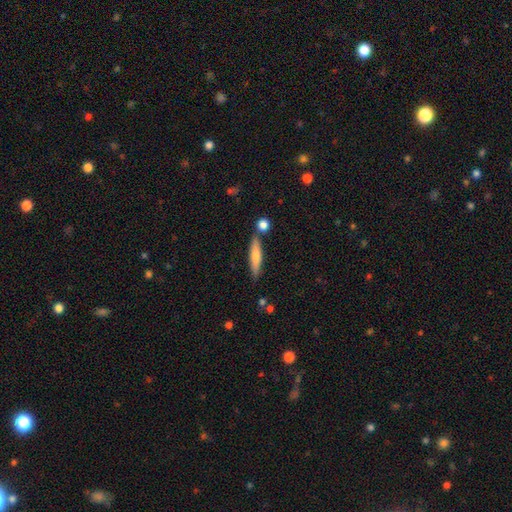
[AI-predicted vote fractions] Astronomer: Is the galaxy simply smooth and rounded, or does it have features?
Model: smooth — 65%.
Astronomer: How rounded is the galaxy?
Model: cigar-shaped — 82%.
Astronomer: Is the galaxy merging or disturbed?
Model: none — 76%.